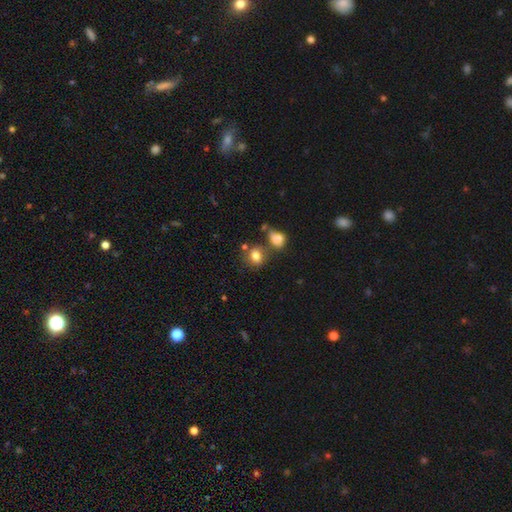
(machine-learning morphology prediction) smooth_or_featured: smooth (p=0.79) [alt: star or artifact p=0.11]
how_rounded: round (p=0.51) [alt: in between p=0.48]
merging: none (p=0.58) [alt: merger p=0.20]